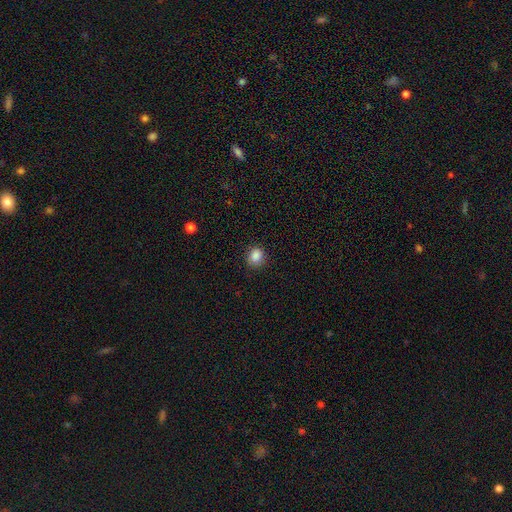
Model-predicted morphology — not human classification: smooth-or-featured: smooth: 86% | star or artifact: 10% | featured or disk: 4%
  how-rounded: round: 71% | in between: 28% | cigar-shaped: 1%
  merging: none: 84% | minor disturbance: 12% | major disturbance: 3% | merger: 1%